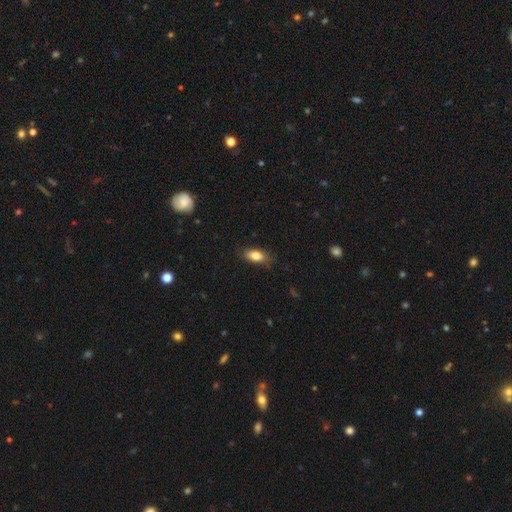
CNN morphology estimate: Smooth or featured? smooth (83%)
How rounded? in between (87%)
Merging? none (81%)